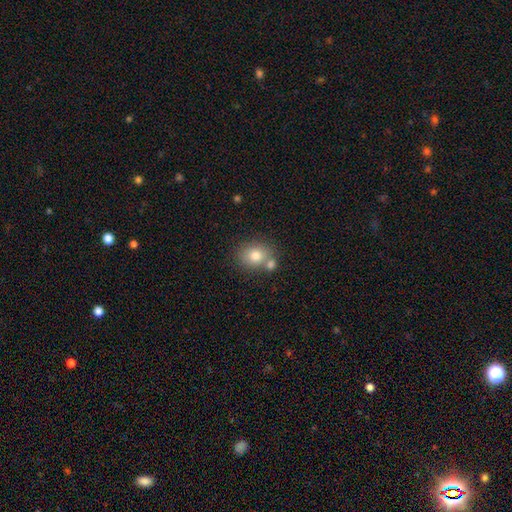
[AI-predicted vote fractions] smooth 78%, featured or disk 12%, star or artifact 11%. Down the decision tree: how rounded — round (68%); merging — none (59%).